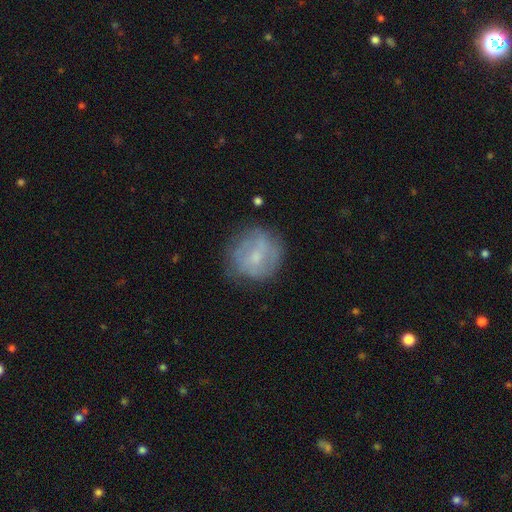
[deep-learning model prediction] Morphology: type=featured or disk (47%); merging=none (71%).